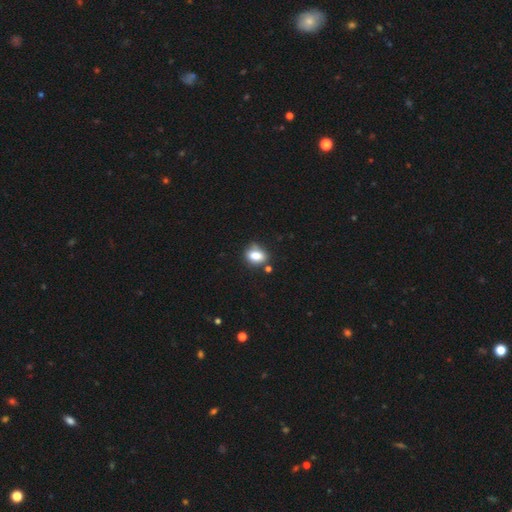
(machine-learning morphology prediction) smooth 81%, star or artifact 10%, featured or disk 9%. Down the decision tree: how rounded — in between (67%); merging — none (64%).